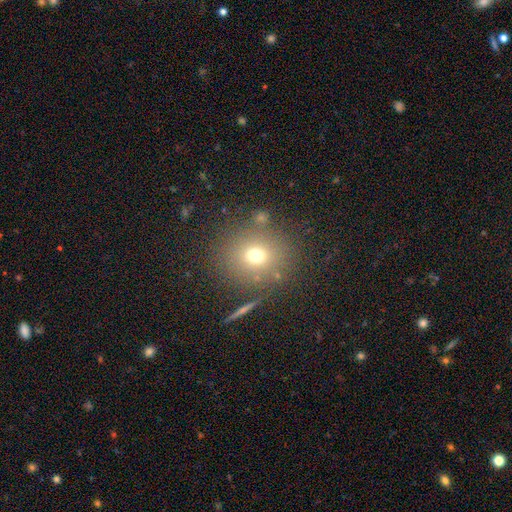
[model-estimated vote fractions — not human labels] Smooth or featured? Predicted: smooth (p=0.69). How rounded? Predicted: round (p=0.80). Merging? Predicted: none (p=0.79).